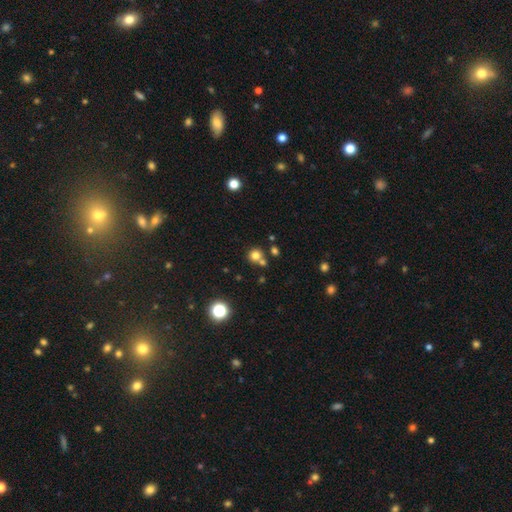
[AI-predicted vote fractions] The model was most divided on "merging": none: 64%, merger: 25%, minor disturbance: 7%, major disturbance: 3%. More confident: how rounded — round (91%); smooth or featured — smooth (76%).